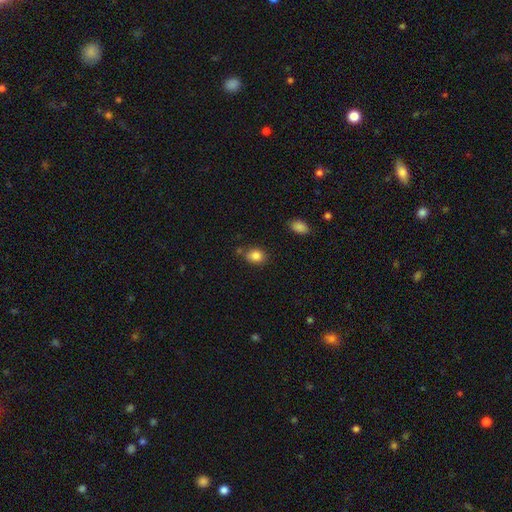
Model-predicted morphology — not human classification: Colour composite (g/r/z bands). It shows a smooth galaxy with no disk features (85%) that is round (50%). Merging: none (73%).